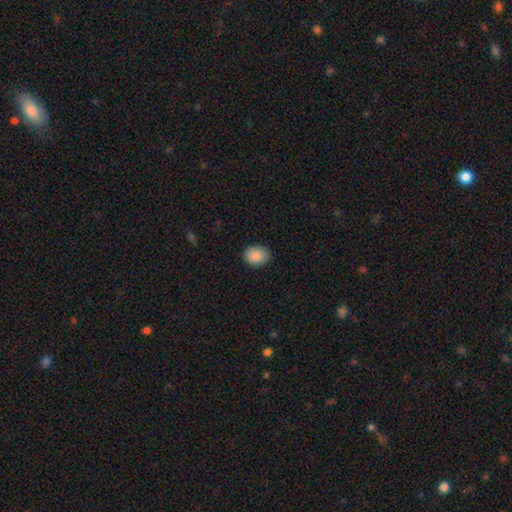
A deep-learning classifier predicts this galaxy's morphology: Smooth or featured?
  - smooth: 88% *
  - star or artifact: 7%
  - featured or disk: 5%
How rounded?
  - in between: 55% *
  - round: 44%
  - cigar-shaped: 1%
Merging?
  - none: 86% *
  - minor disturbance: 11%
  - major disturbance: 2%
  - merger: 1%